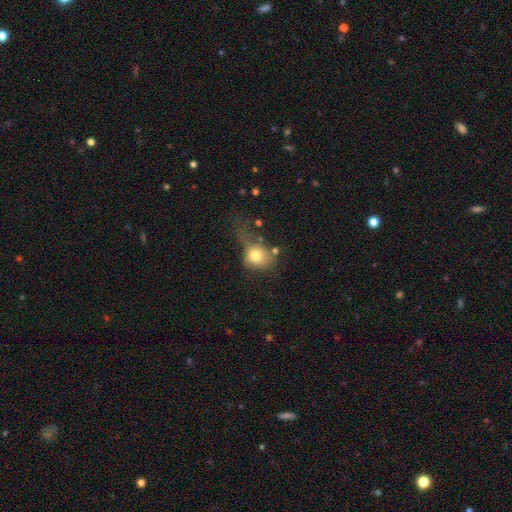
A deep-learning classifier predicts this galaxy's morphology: smooth 75%, featured or disk 14%, star or artifact 11%. Down the decision tree: how rounded — round (65%); merging — major disturbance (38%).